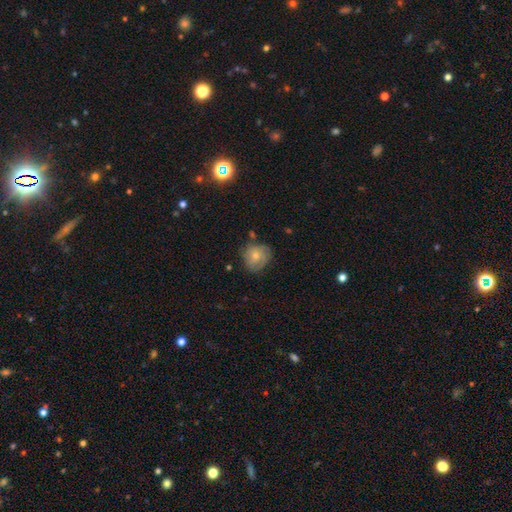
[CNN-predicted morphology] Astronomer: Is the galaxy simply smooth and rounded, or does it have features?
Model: featured or disk — 49% (runner-up: smooth, 43%).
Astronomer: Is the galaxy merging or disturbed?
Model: none — 66%.